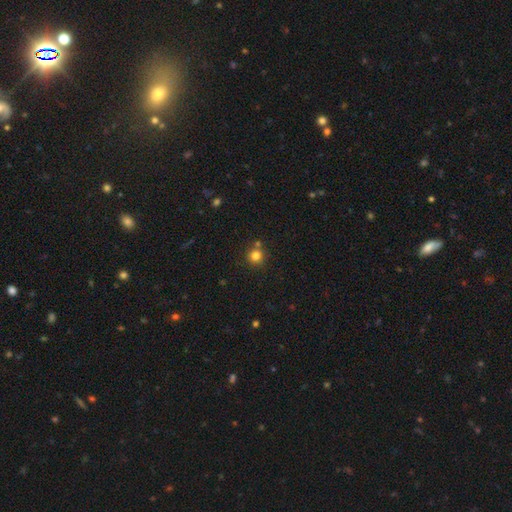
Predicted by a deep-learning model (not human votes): The model was most divided on "merging": none: 76%, merger: 13%, minor disturbance: 8%, major disturbance: 3%. More confident: how rounded — round (93%); smooth or featured — smooth (81%).